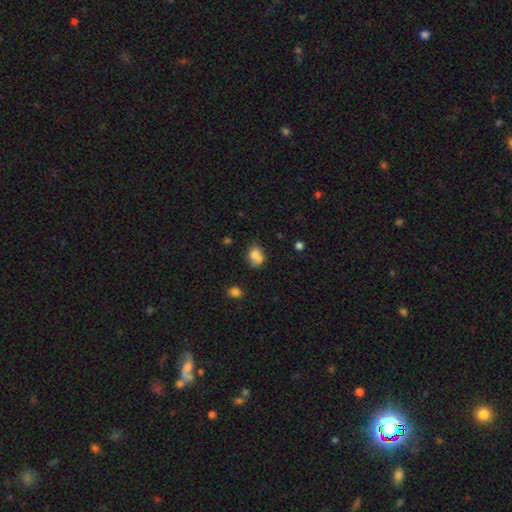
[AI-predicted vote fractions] Smooth or featured? Predicted: smooth (p=0.75). How rounded? Predicted: in between (p=0.58). Merging? Predicted: none (p=0.37).